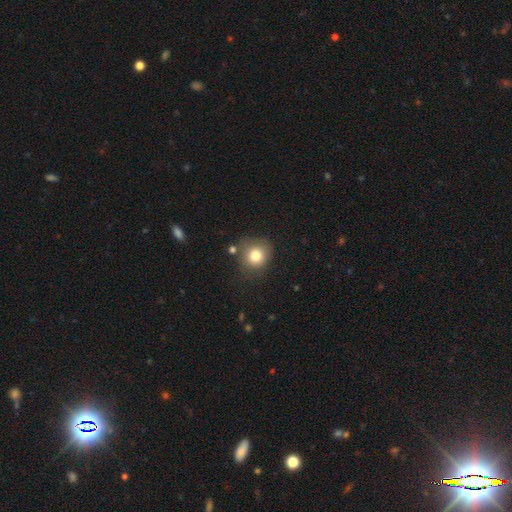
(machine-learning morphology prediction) Smooth or featured: smooth — 80% (star or artifact — 11%)
How rounded: round — 84% (in between — 15%)
Merging: none — 75% (minor disturbance — 14%)